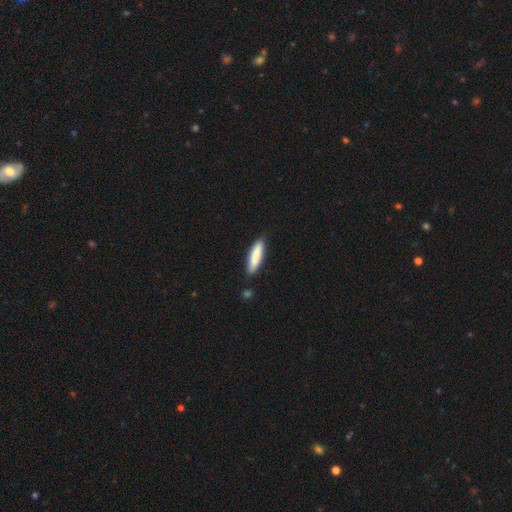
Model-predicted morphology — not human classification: type=smooth (82%); roundness=cigar-shaped (75%); merging=none (83%).